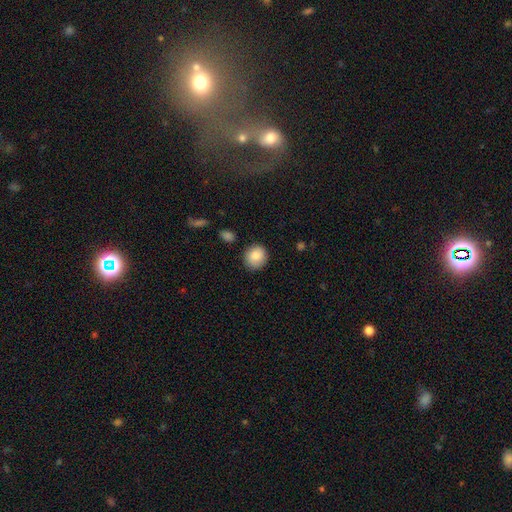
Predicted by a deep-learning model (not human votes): Q: Smooth or featured?
A: smooth (87%); runner-up: star or artifact (8%)
Q: How rounded?
A: round (83%); runner-up: in between (16%)
Q: Merging?
A: none (83%); runner-up: minor disturbance (12%)